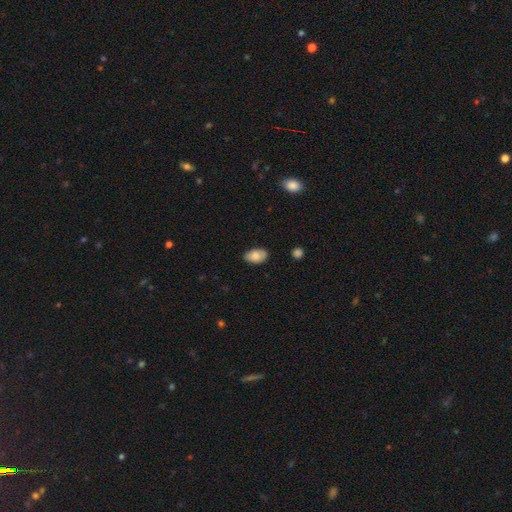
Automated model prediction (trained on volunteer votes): The model was most divided on "merging": none: 77%, minor disturbance: 19%, major disturbance: 3%, merger: 1%. More confident: how rounded — in between (91%); smooth or featured — smooth (79%).